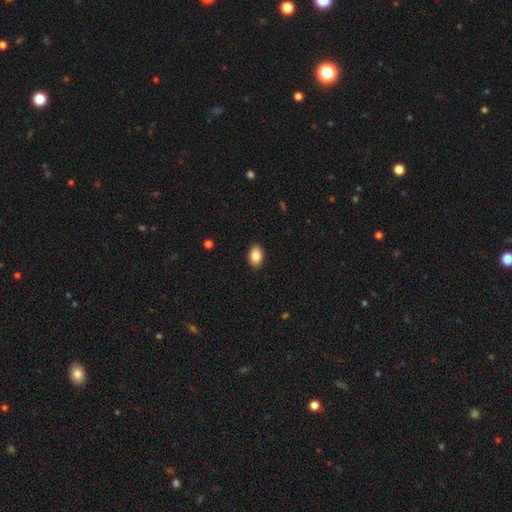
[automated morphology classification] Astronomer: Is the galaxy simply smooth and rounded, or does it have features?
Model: smooth — 86%.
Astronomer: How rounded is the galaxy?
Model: in between — 87%.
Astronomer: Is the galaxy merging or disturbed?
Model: none — 90%.